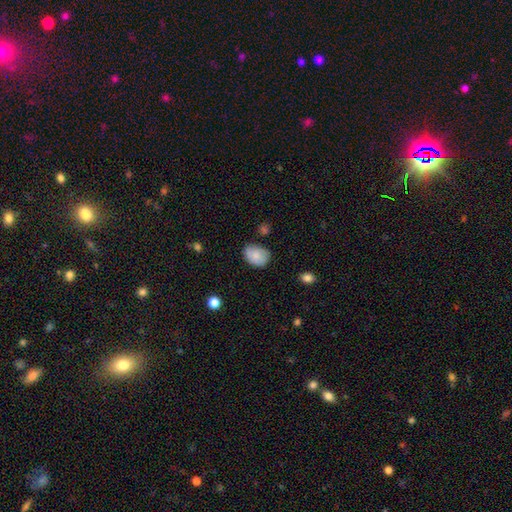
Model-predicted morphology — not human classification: smooth_or_featured: smooth (p=0.84) [alt: featured or disk p=0.09]
how_rounded: in between (p=0.72) [alt: round p=0.27]
merging: none (p=0.67) [alt: minor disturbance p=0.25]